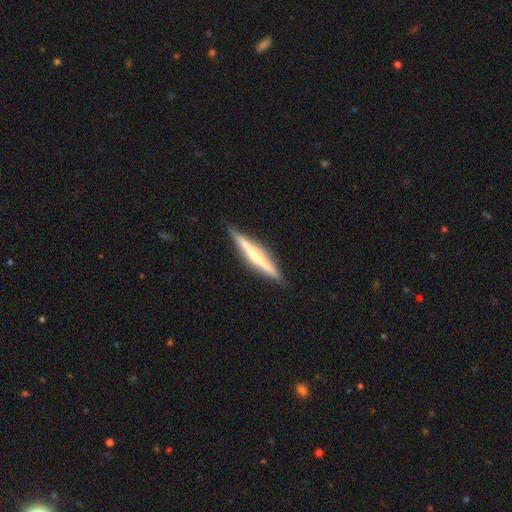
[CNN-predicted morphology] Q: Smooth or featured?
A: featured or disk (59%); runner-up: smooth (35%)
Q: Edge-on disk?
A: yes (97%); runner-up: no (3%)
Q: Edge-on bulge?
A: rounded (49%); runner-up: none (39%)
Q: Merging?
A: none (89%); runner-up: minor disturbance (8%)